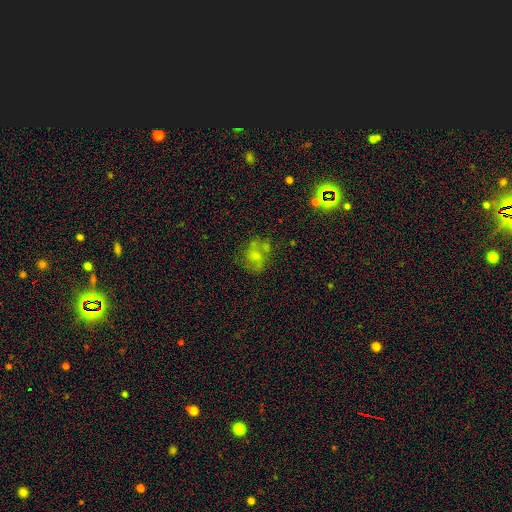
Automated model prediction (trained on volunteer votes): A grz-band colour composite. It shows a smooth galaxy with no disk features (44%). Merging: none (50%).